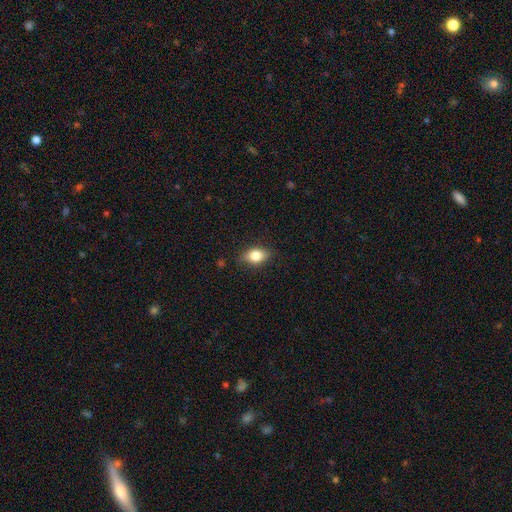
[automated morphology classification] Smooth or featured: smooth — 79% (featured or disk — 12%)
How rounded: in between — 77% (round — 20%)
Merging: none — 82% (minor disturbance — 14%)